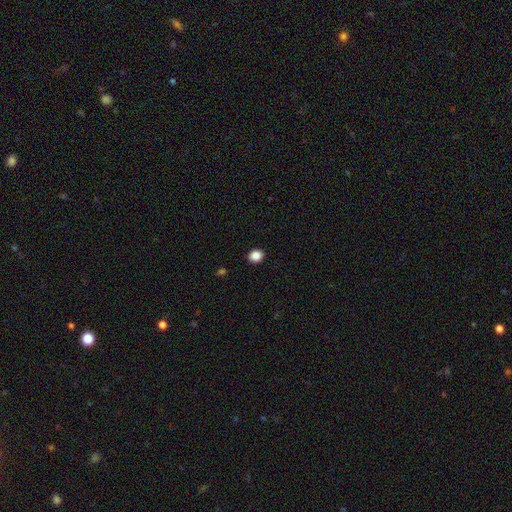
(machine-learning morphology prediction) A smooth galaxy with no disk features (87%) that is round (63%).

Vote fractions:
- Smooth or featured? smooth: 87% / star or artifact: 10% / featured or disk: 3%
- How rounded? round: 63% / in between: 36% / cigar-shaped: 1%
- Merging? none: 92% / minor disturbance: 5% / major disturbance: 2% / merger: 1%